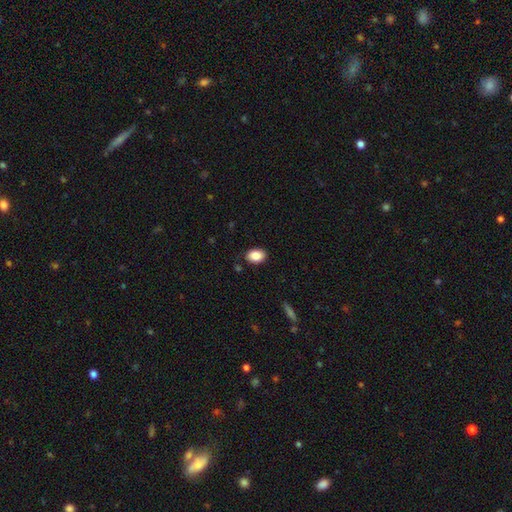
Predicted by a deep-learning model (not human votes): The model was most divided on "how rounded": in between: 84%, round: 15%, cigar-shaped: 1%. More confident: smooth or featured — smooth (86%); merging — none (85%).